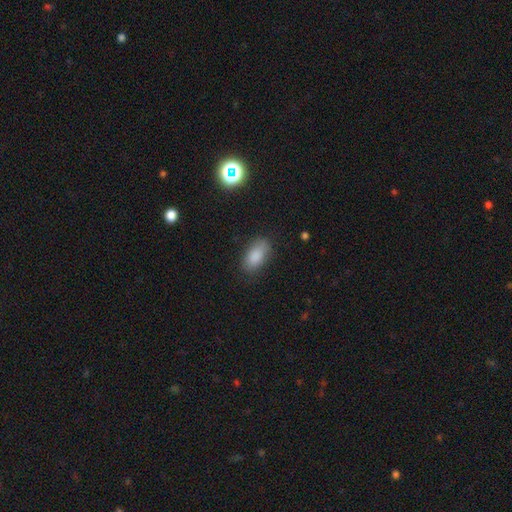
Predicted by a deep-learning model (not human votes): Smooth or featured? Predicted: smooth (p=0.87). How rounded? Predicted: in between (p=0.91). Merging? Predicted: none (p=0.79).